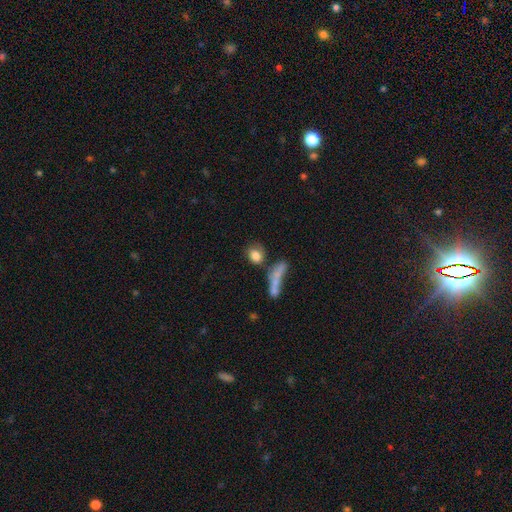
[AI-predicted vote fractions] This is likely a smooth galaxy (80%). How rounded: possibly round (50%). Merging: possibly none (54%).